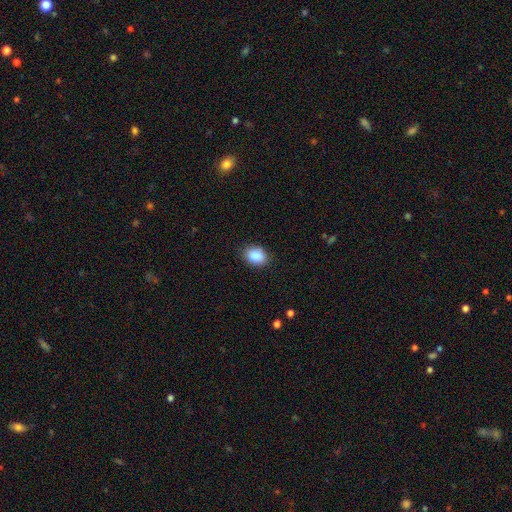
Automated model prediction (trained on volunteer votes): Smooth or featured: smooth — 89% (star or artifact — 7%)
How rounded: in between — 72% (round — 27%)
Merging: none — 87% (minor disturbance — 10%)